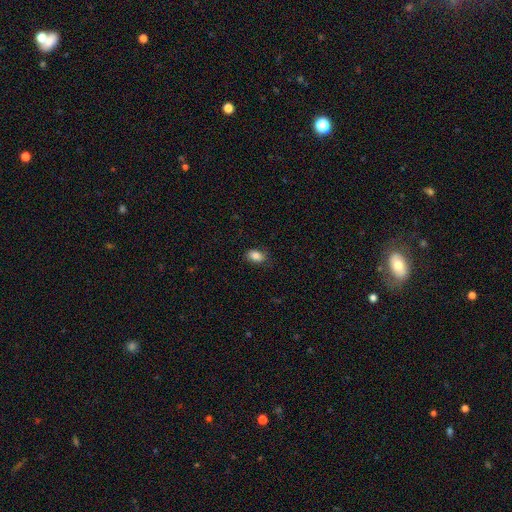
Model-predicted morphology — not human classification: Overall: smooth (86%). How rounded: in between (84%). Merging: none (81%).